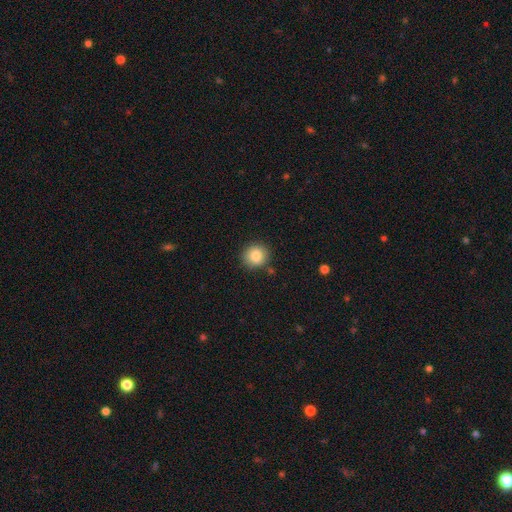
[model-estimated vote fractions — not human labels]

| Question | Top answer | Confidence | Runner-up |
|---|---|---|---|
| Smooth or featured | smooth | 85% | star or artifact (9%) |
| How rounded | round | 89% | in between (10%) |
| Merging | none | 85% | minor disturbance (10%) |